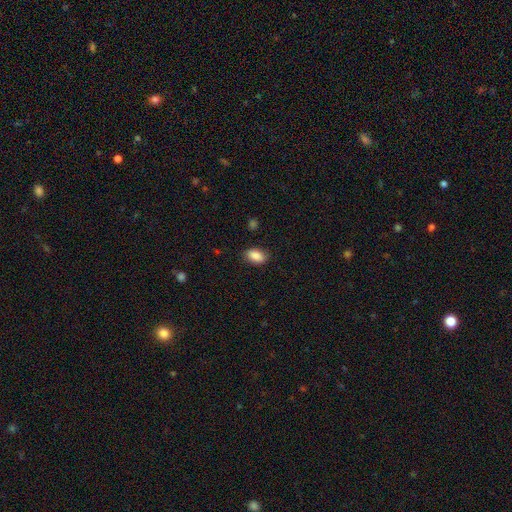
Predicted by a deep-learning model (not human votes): The model was most divided on "merging": none: 85%, minor disturbance: 11%, major disturbance: 3%, merger: 1%. More confident: how rounded — in between (90%); smooth or featured — smooth (88%).